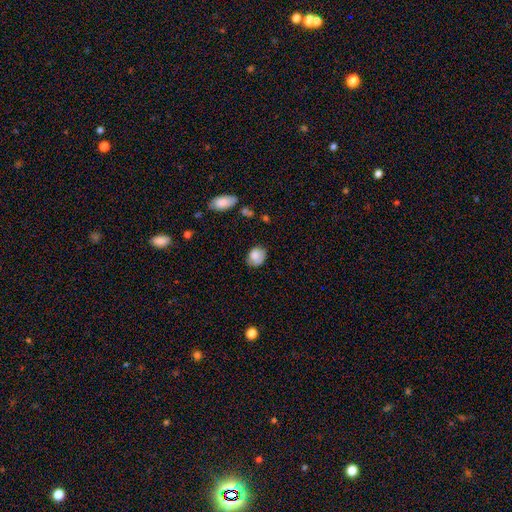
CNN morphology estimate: This appears to be a smooth galaxy with no disk features (81%) that is round (58%). Merging: none (65%).